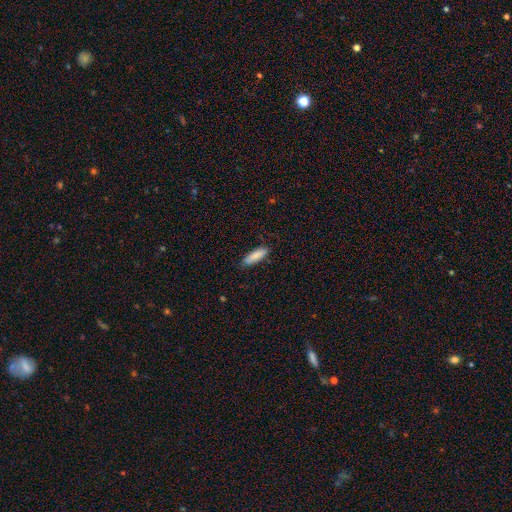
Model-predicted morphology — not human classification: A smooth galaxy with no disk features (86%) that is cigar-shaped (58%). Merging: none (85%).